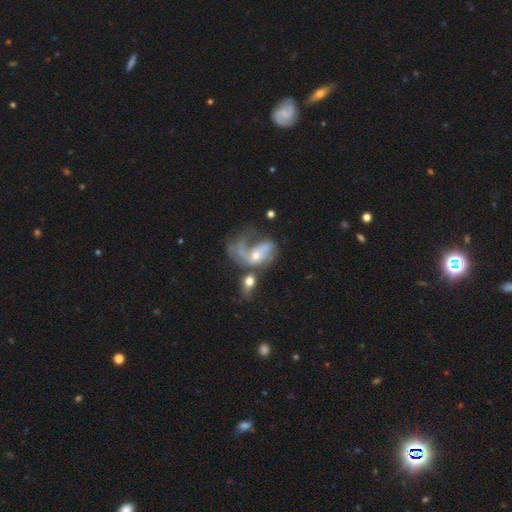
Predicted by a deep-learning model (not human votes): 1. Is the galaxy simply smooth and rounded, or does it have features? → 75% featured or disk, 17% smooth, 8% star or artifact.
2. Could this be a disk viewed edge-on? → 97% no, 3% yes.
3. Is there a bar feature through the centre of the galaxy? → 60% no, 30% weak, 9% strong.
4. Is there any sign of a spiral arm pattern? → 81% yes, 19% no.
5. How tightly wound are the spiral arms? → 55% loose, 32% medium, 13% tight.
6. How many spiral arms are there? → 46% 1, 35% 2, 13% can't tell, 3% 3, 1% 4, 1% more than 4.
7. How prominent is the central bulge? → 48% small, 43% moderate, 4% none, 3% large, 1% dominant.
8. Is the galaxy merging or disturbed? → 36% merger, 35% major disturbance, 17% none, 12% minor disturbance.